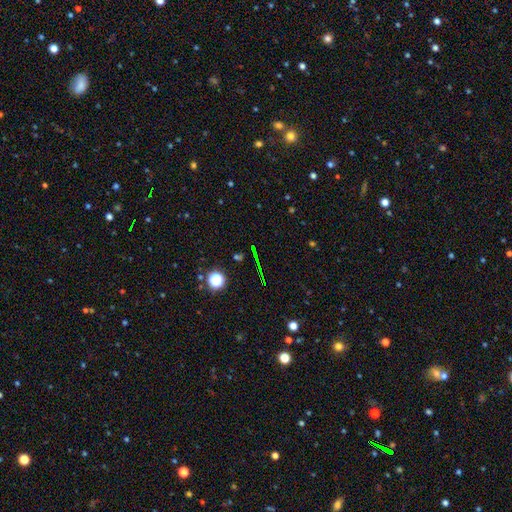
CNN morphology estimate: Overall: star or artifact (66%).